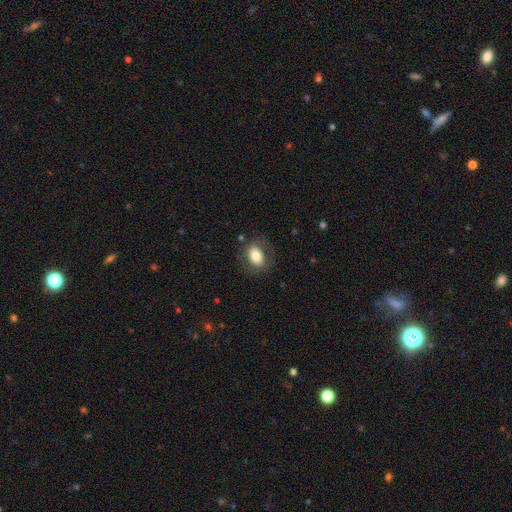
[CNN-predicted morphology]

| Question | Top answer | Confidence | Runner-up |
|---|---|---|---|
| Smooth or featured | smooth | 75% | featured or disk (17%) |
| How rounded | in between | 78% | round (21%) |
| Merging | none | 77% | minor disturbance (14%) |